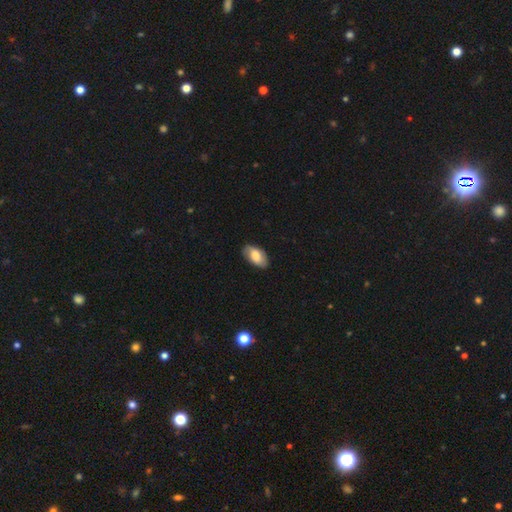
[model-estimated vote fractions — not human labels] smooth 70%, featured or disk 24%, star or artifact 6%. Down the decision tree: how rounded — in between (94%); merging — none (83%).